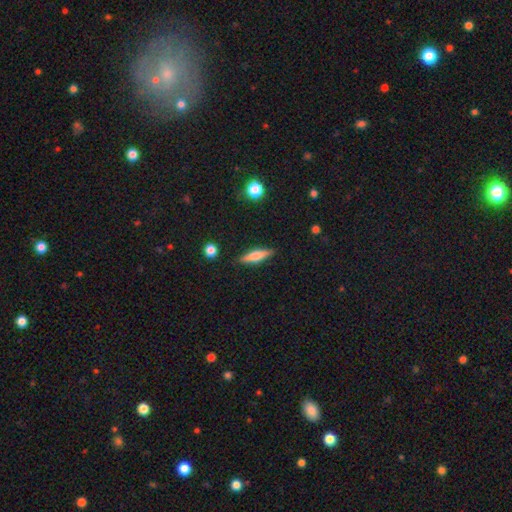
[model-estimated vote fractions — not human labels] Smooth or featured? smooth (56%)
How rounded? cigar-shaped (72%)
Merging? none (88%)